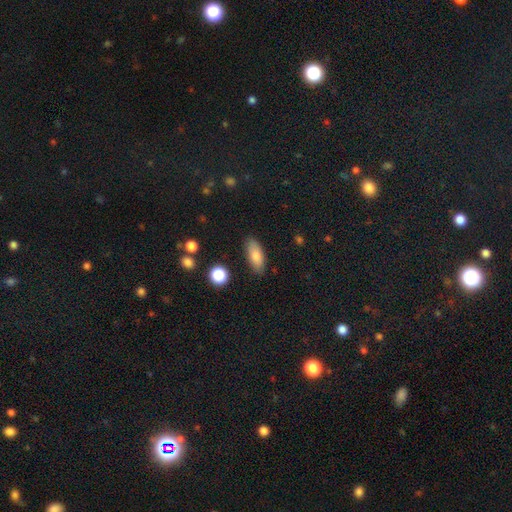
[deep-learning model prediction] A smooth galaxy with no disk features (81%) that is in between round and cigar-shaped (79%).

Vote fractions:
- Smooth or featured? smooth: 81% / featured or disk: 12% / star or artifact: 7%
- How rounded? in between: 79% / cigar-shaped: 17% / round: 3%
- Merging? none: 85% / minor disturbance: 11% / major disturbance: 3% / merger: 2%